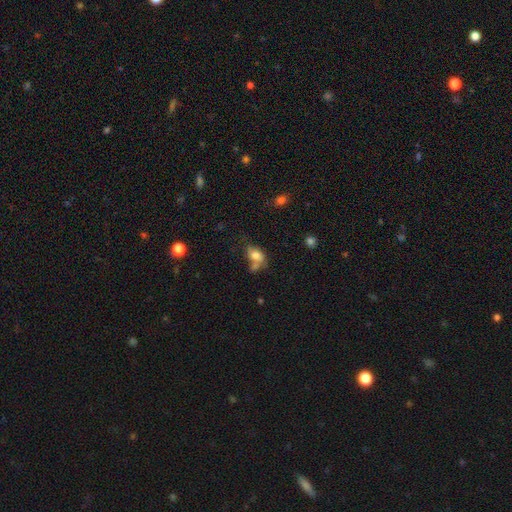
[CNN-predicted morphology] This appears to be a smooth galaxy with no disk features (74%) that is in between round and cigar-shaped (78%). Merging: merger (33%).